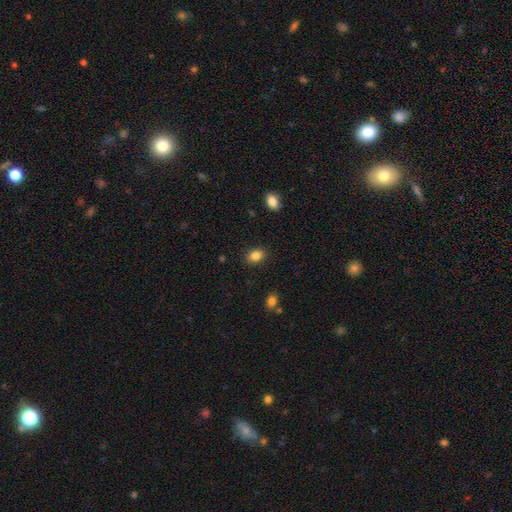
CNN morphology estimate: smooth-or-featured: smooth: 86% | star or artifact: 9% | featured or disk: 5%
  how-rounded: in between: 68% | round: 30% | cigar-shaped: 1%
  merging: none: 88% | minor disturbance: 8% | major disturbance: 2% | merger: 1%